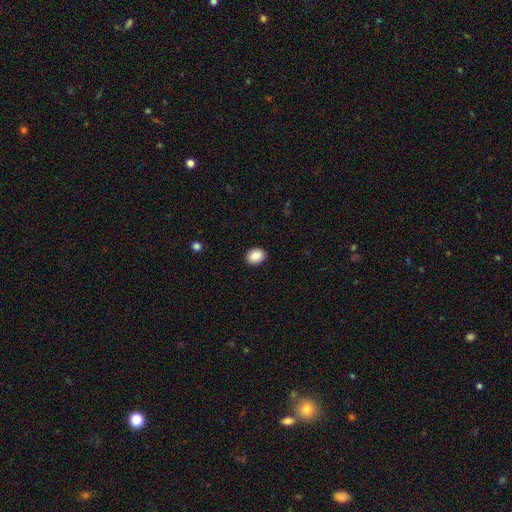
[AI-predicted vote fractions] Overall: smooth (89%). How rounded: round (50%; in between 49%). Merging: none (90%).